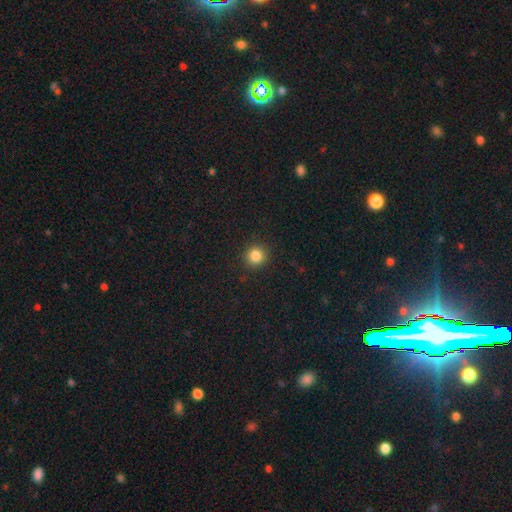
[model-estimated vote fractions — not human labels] smooth 85%, star or artifact 11%, featured or disk 4%. Down the decision tree: how rounded — round (92%); merging — none (91%).